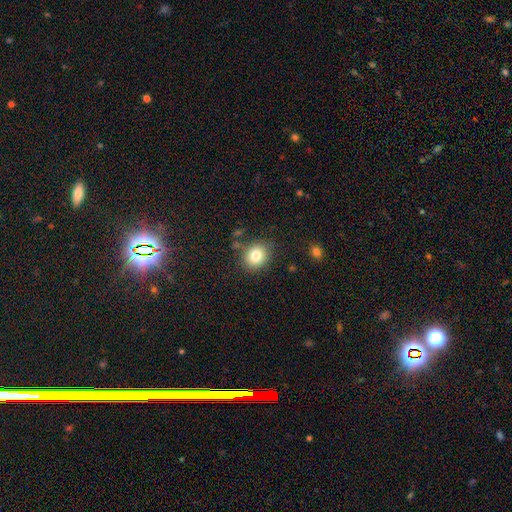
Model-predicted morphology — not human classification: smooth 82%, star or artifact 10%, featured or disk 8%. Down the decision tree: how rounded — round (67%); merging — none (82%).